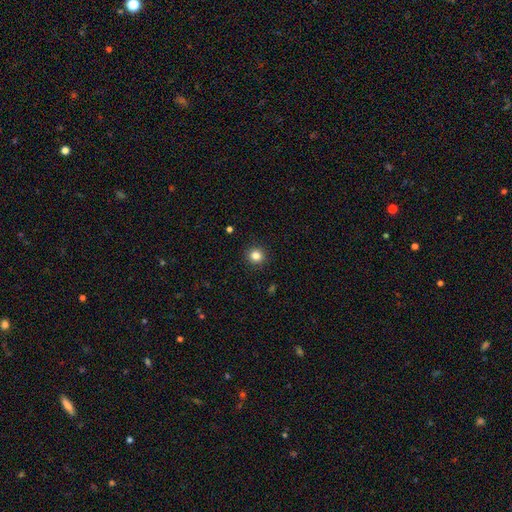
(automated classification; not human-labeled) A smooth galaxy with no disk features (83%) that is round (93%). Merging: none (92%).